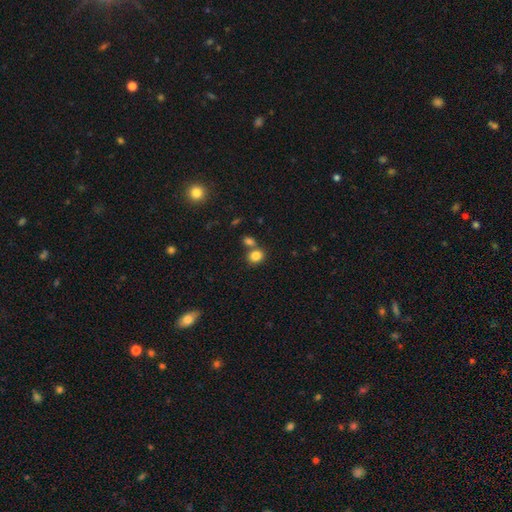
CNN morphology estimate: smooth-or-featured: smooth: 83% | star or artifact: 11% | featured or disk: 6%
  how-rounded: round: 69% | in between: 30% | cigar-shaped: 1%
  merging: none: 57% | merger: 30% | minor disturbance: 10% | major disturbance: 3%